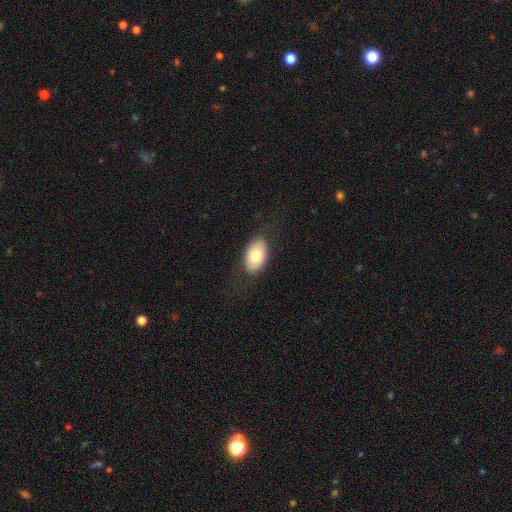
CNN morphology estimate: The model was most divided on "smooth or featured": smooth: 76%, featured or disk: 18%, star or artifact: 6%. More confident: how rounded — in between (93%); merging — none (82%).